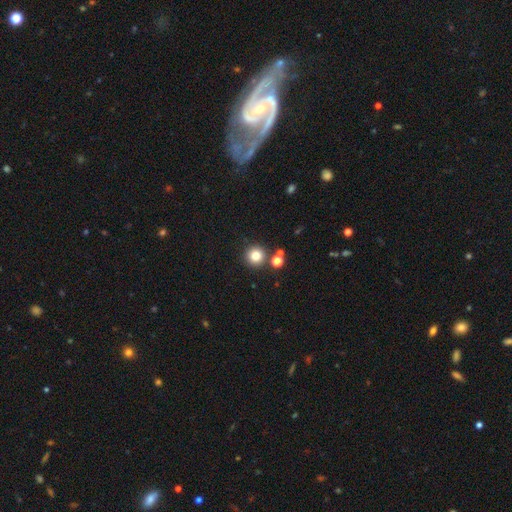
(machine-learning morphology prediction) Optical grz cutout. It shows a smooth galaxy with no disk features (81%) that is round (95%). Merging: none (83%).